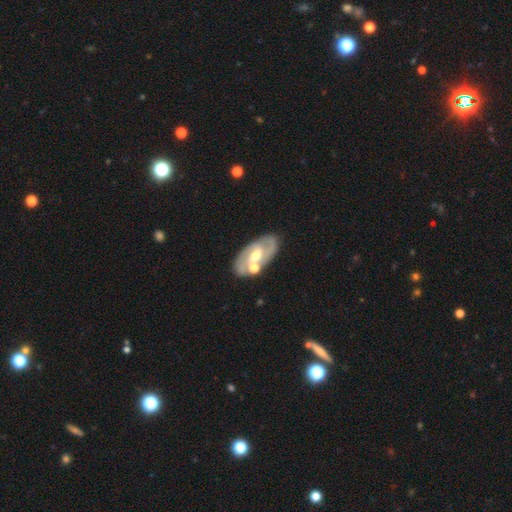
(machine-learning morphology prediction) Smooth or featured? Predicted: featured or disk (p=0.74). Edge-on disk? Predicted: no (p=0.92). Bar? Predicted: no (p=0.43). Spiral arms? Predicted: yes (p=0.71). Bulge size? Predicted: moderate (p=0.71). Merging? Predicted: none (p=0.69).